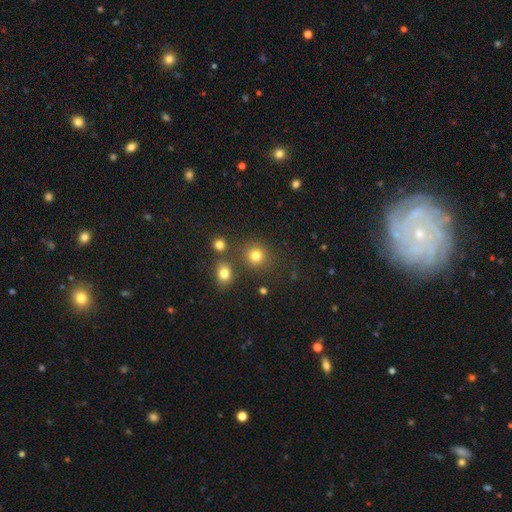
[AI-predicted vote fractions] This is likely a smooth galaxy (79%). How rounded: clearly round (88%). Merging: likely none (79%).